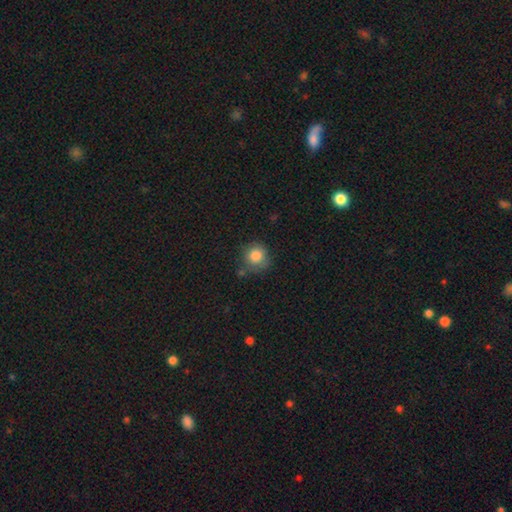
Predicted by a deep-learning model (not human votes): Overall: smooth (84%). How rounded: round (88%). Merging: none (67%).